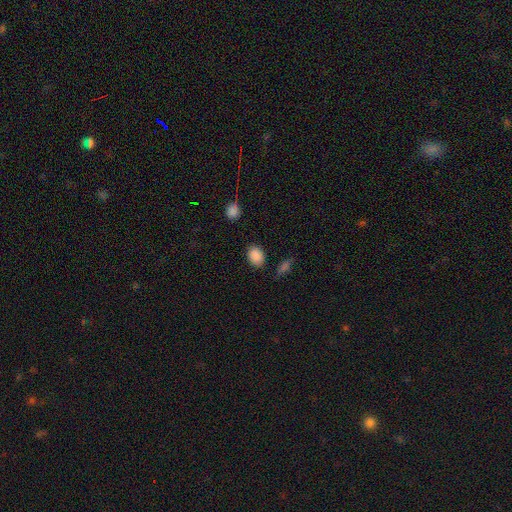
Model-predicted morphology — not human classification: Smooth or featured? smooth (87%)
How rounded? in between (72%)
Merging? none (83%)